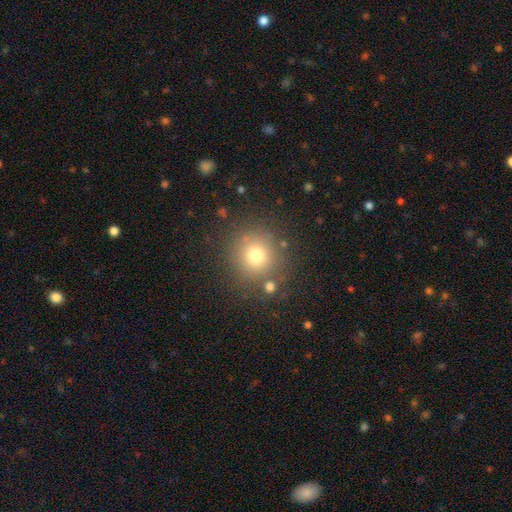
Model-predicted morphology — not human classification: smooth-or-featured: smooth: 73% | star or artifact: 17% | featured or disk: 10%
  how-rounded: round: 93% | in between: 6% | cigar-shaped: 1%
  merging: none: 83% | minor disturbance: 8% | merger: 5% | major disturbance: 4%